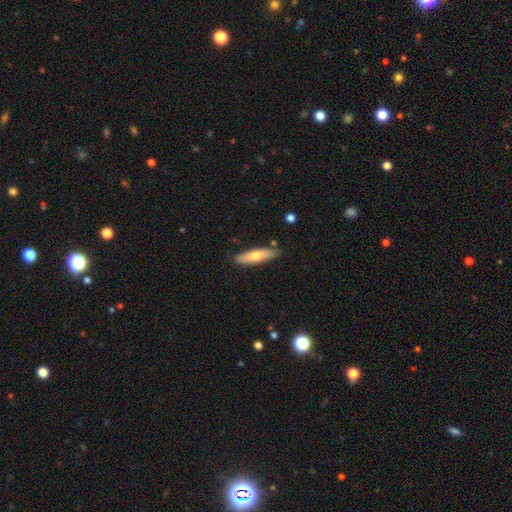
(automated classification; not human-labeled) Morphology: type=smooth (67%); roundness=cigar-shaped (69%); merging=none (83%).